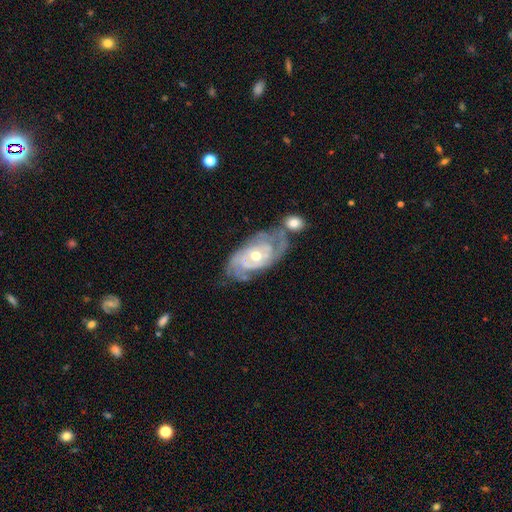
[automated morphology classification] Q: Smooth or featured?
A: featured or disk (86%); runner-up: smooth (9%)
Q: Edge-on disk?
A: no (95%); runner-up: yes (5%)
Q: Bar?
A: no (70%); runner-up: weak (23%)
Q: Spiral arms?
A: yes (92%); runner-up: no (8%)
Q: Spiral winding?
A: tight (71%); runner-up: medium (23%)
Q: Spiral arm count?
A: 2 (35%); tied with: can't tell (35%)
Q: Bulge size?
A: moderate (64%); runner-up: small (32%)
Q: Merging?
A: none (49%); runner-up: minor disturbance (23%)